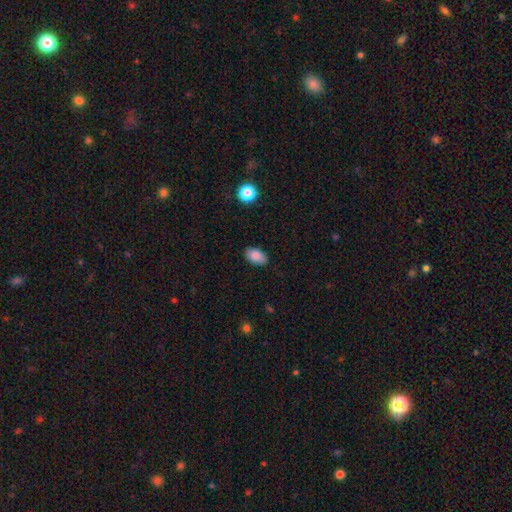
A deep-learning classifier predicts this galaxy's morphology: smooth 87%, star or artifact 8%, featured or disk 6%. Down the decision tree: how rounded — in between (92%); merging — none (84%).